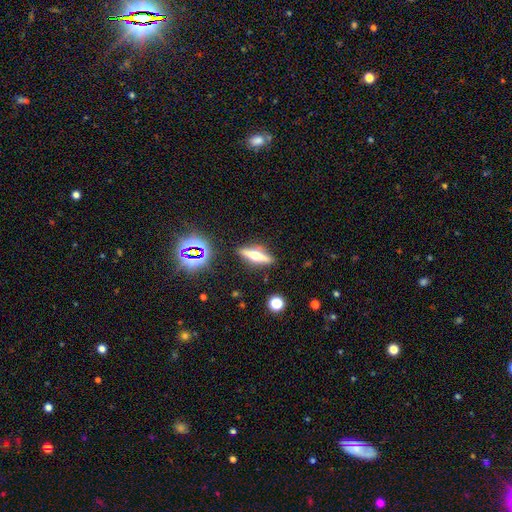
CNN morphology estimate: A featured or disk galaxy (62%) viewed edge-on (94%) with a rounded central bulge (94%).

Vote fractions:
- Smooth or featured? featured or disk: 62% / smooth: 28% / star or artifact: 10%
- Edge-on disk? yes: 94% / no: 6%
- Edge-on bulge? rounded: 94% / boxy: 3% / none: 2%
- Merging? none: 87% / minor disturbance: 8% / major disturbance: 2% / merger: 2%